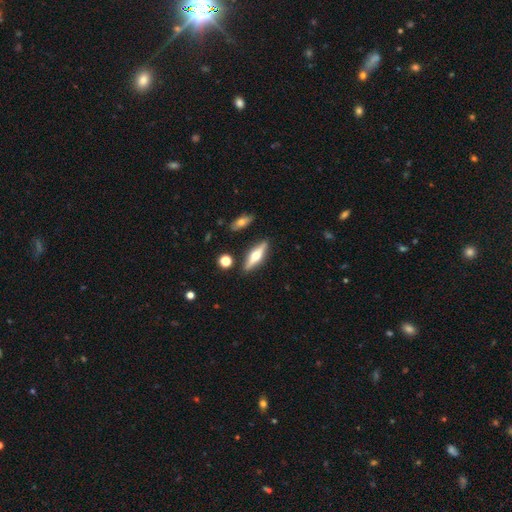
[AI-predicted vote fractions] Morphology: type=featured or disk (59%); edge-on=yes (94%); edge-on bulge=rounded (94%); merging=none (86%).